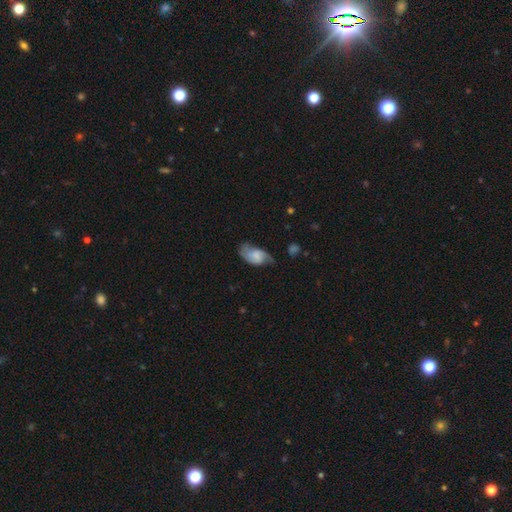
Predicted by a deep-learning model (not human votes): smooth-or-featured: featured or disk: 51% | smooth: 41% | star or artifact: 8%
  disk-edge-on: no: 95% | yes: 5%
  merging: none: 48% | minor disturbance: 33% | major disturbance: 17% | merger: 3%